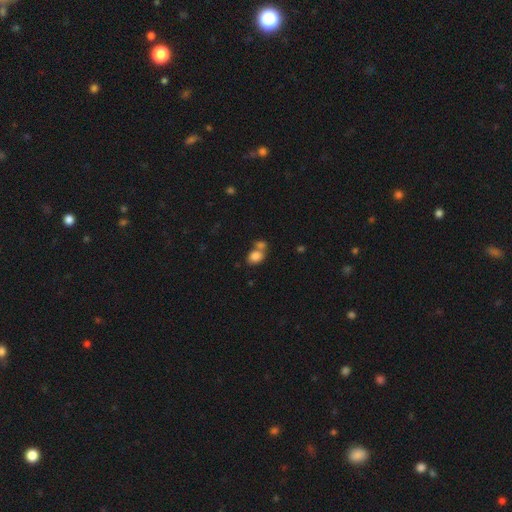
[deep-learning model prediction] Overall: smooth (83%). How rounded: in between (66%; round 32%). Merging: merger (45%; none 40%).